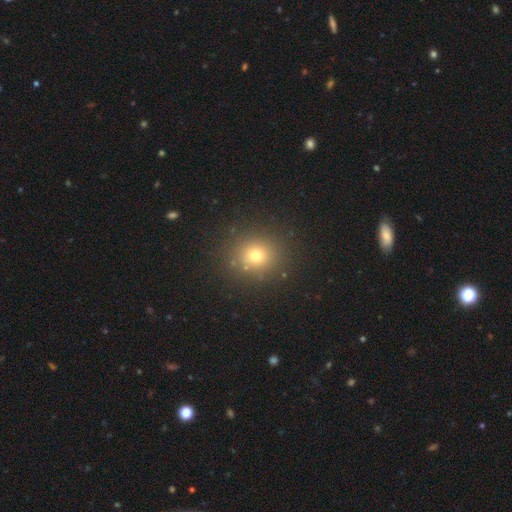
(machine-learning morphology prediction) smooth 71%, star or artifact 20%, featured or disk 9%. Down the decision tree: how rounded — round (85%); merging — none (86%).